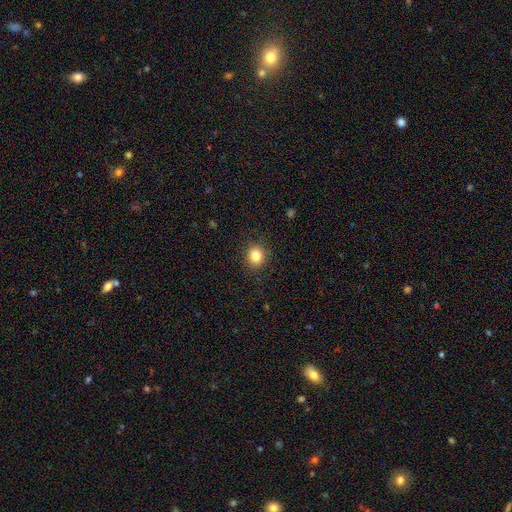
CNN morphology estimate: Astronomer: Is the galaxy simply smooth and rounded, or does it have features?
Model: smooth — 84%.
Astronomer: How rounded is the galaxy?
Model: round — 79%.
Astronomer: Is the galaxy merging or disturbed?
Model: none — 90%.